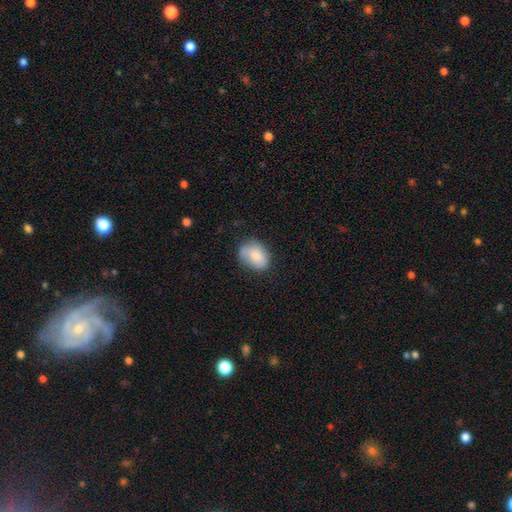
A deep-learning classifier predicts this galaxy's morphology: A smooth galaxy with no disk features (82%) that is in between round and cigar-shaped (74%). Merging: none (59%).